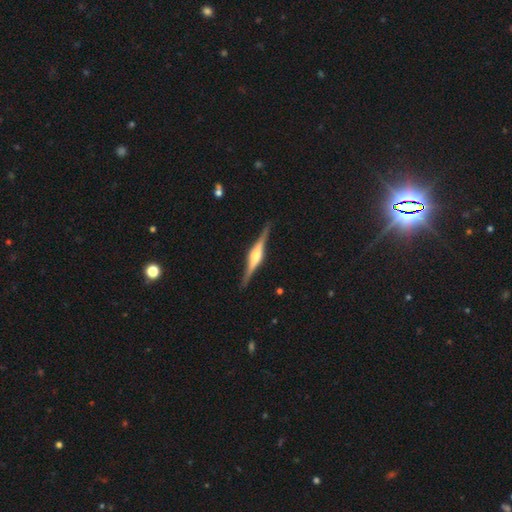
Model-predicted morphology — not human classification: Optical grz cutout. It shows a featured or disk galaxy (84%) viewed edge-on (98%) with a rounded central bulge (84%). Merging: none (90%).